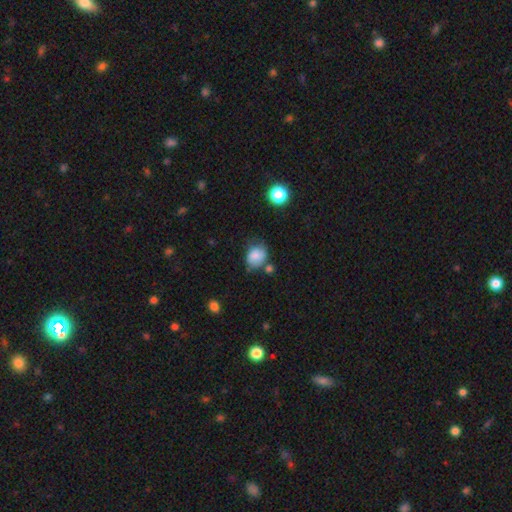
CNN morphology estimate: smooth-or-featured: smooth: 79% | featured or disk: 12% | star or artifact: 9%
  how-rounded: round: 51% | in between: 48% | cigar-shaped: 1%
  merging: none: 50% | minor disturbance: 30% | merger: 11% | major disturbance: 10%